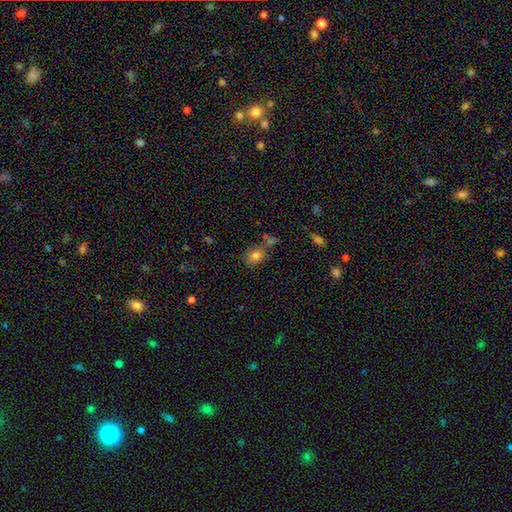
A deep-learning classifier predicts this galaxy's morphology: The model was most divided on "how rounded": round: 59%, in between: 40%, cigar-shaped: 1%. More confident: smooth or featured — smooth (79%); merging — none (66%).